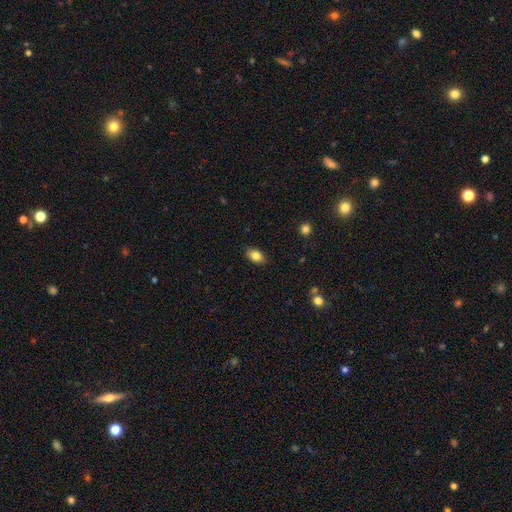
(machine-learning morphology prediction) type=smooth (83%); roundness=in between (87%); merging=none (87%).